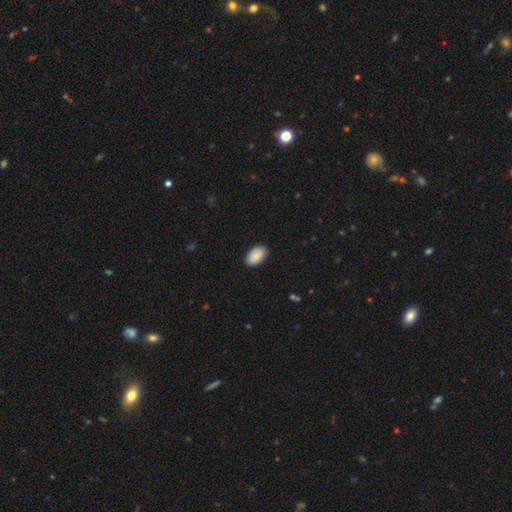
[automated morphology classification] This is clearly a smooth galaxy (91%). How rounded: clearly in between (95%). Merging: clearly none (88%).